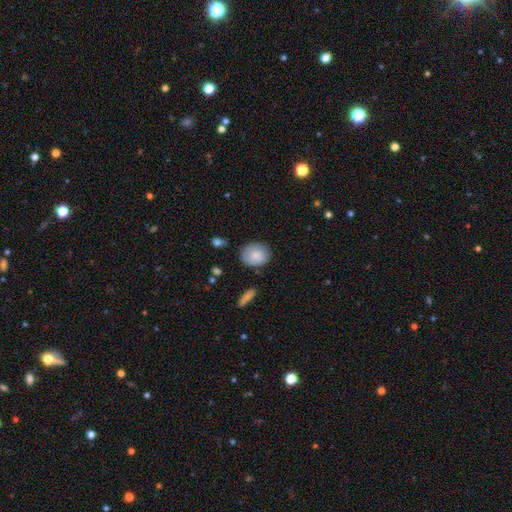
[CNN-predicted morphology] smooth 80%, featured or disk 13%, star or artifact 7%. Down the decision tree: how rounded — round (63%); merging — none (76%).